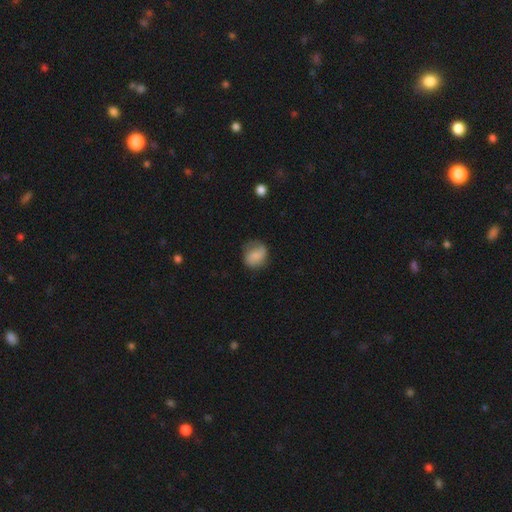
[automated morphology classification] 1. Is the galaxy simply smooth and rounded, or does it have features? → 72% smooth, 19% featured or disk, 8% star or artifact.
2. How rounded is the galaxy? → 63% round, 36% in between, 1% cigar-shaped.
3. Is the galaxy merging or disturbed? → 64% none, 26% minor disturbance, 9% major disturbance, 1% merger.